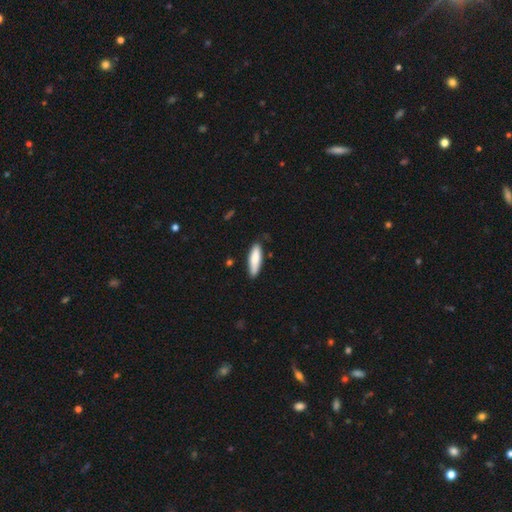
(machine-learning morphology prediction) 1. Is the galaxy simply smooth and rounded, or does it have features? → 83% smooth, 12% featured or disk, 6% star or artifact.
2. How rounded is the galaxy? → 59% cigar-shaped, 39% in between, 1% round.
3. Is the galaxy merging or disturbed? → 80% none, 16% minor disturbance, 2% major disturbance, 2% merger.